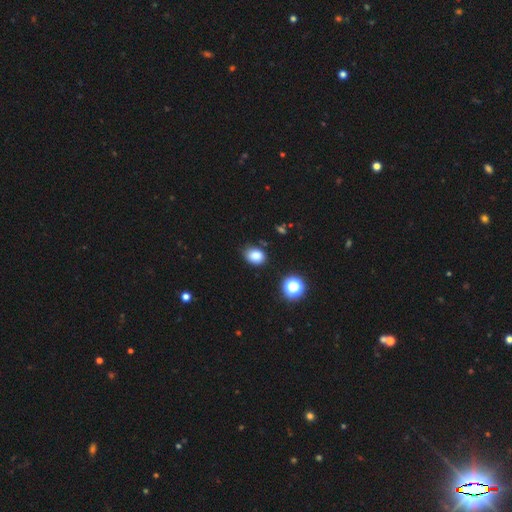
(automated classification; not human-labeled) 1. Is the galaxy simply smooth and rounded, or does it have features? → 83% smooth, 12% star or artifact, 5% featured or disk.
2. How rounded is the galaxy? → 61% in between, 38% round, 1% cigar-shaped.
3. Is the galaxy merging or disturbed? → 78% none, 16% minor disturbance, 3% major disturbance, 3% merger.